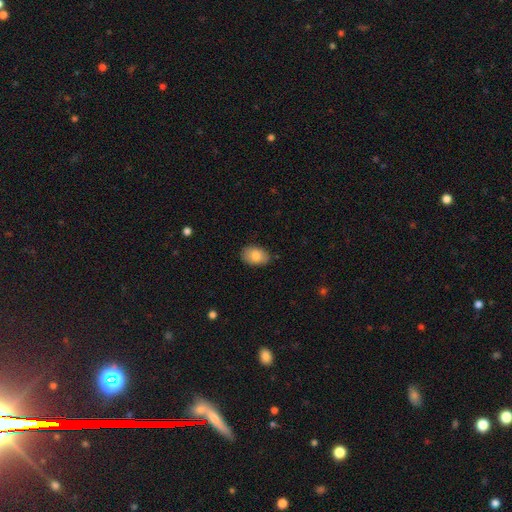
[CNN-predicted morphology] The model was most divided on "merging": none: 82%, minor disturbance: 14%, major disturbance: 3%, merger: 1%. More confident: how rounded — in between (86%); smooth or featured — smooth (83%).